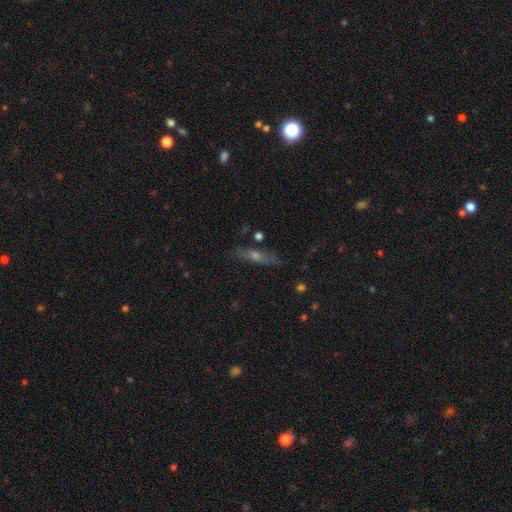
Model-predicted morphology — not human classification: A featured or disk galaxy (49%). Merging: none (82%).